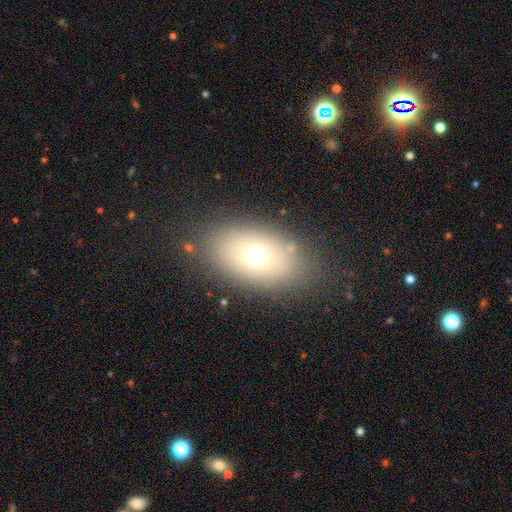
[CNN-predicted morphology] A smooth galaxy with no disk features (66%) that is in between round and cigar-shaped (84%). Merging: none (81%).